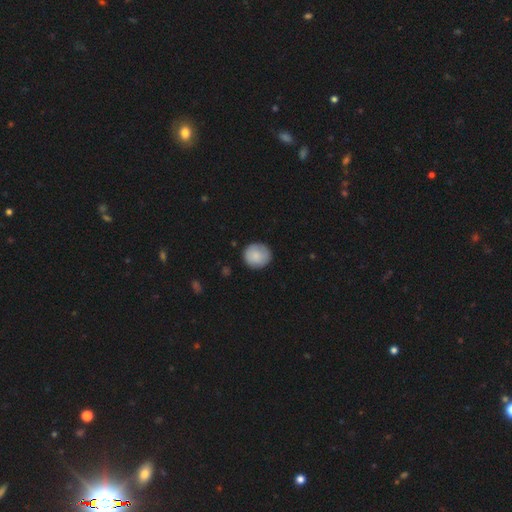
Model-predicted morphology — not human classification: This is clearly a smooth galaxy (84%). How rounded: clearly round (90%). Merging: clearly none (86%).